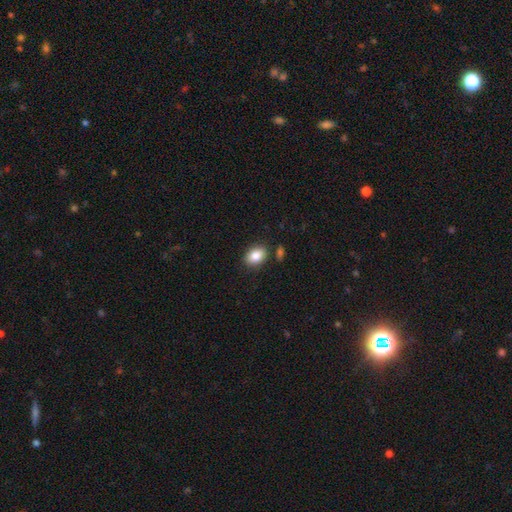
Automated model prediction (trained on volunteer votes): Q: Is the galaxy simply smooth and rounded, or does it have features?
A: smooth — 86%.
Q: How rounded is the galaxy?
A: in between — 79%.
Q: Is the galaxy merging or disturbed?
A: none — 83%.